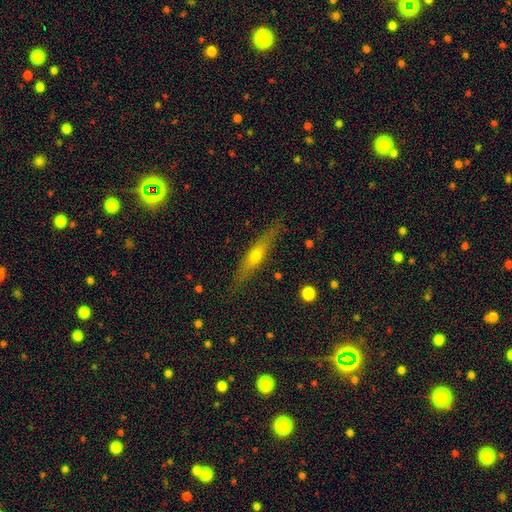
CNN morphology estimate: A featured or disk galaxy (57%) viewed edge-on (90%) with a rounded central bulge (81%).

Vote fractions:
- Smooth or featured? featured or disk: 57% / smooth: 36% / star or artifact: 7%
- Edge-on disk? yes: 90% / no: 10%
- Edge-on bulge? rounded: 81% / none: 15% / boxy: 4%
- Merging? none: 84% / minor disturbance: 12% / major disturbance: 3% / merger: 1%